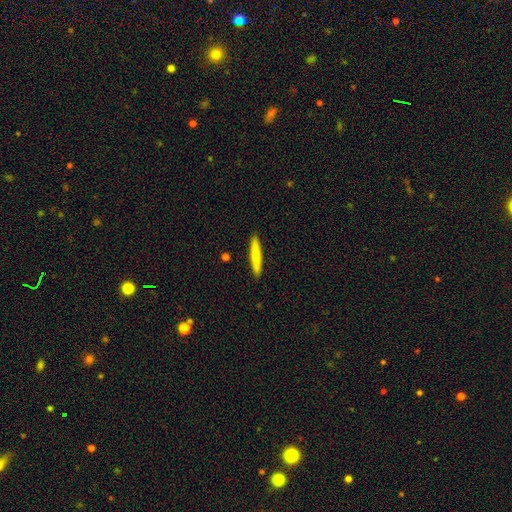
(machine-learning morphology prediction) Overall: smooth (75%). How rounded: cigar-shaped (95%). Merging: none (92%).